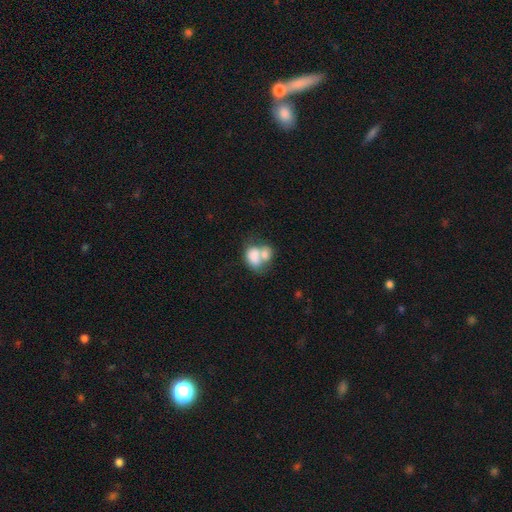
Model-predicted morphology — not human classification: smooth 73%, featured or disk 19%, star or artifact 8%. Down the decision tree: how rounded — in between (76%); merging — merger (68%).